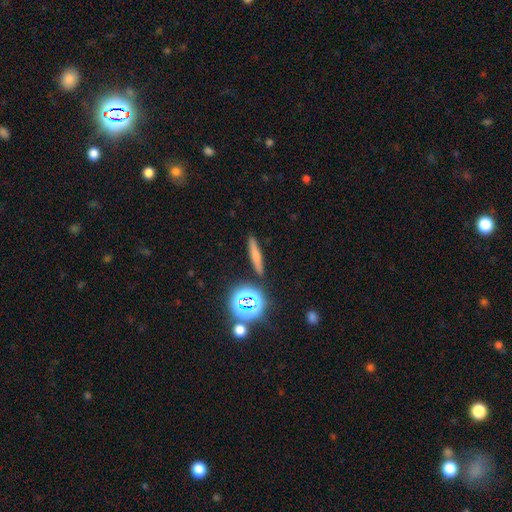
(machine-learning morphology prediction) smooth 62%, featured or disk 22%, star or artifact 17%. Down the decision tree: how rounded — cigar-shaped (82%); merging — none (87%).